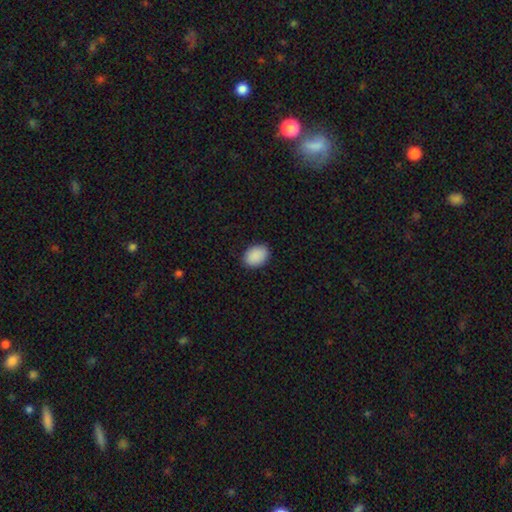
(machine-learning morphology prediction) Smooth or featured? Predicted: smooth (p=0.90). How rounded? Predicted: in between (p=0.73). Merging? Predicted: none (p=0.87).